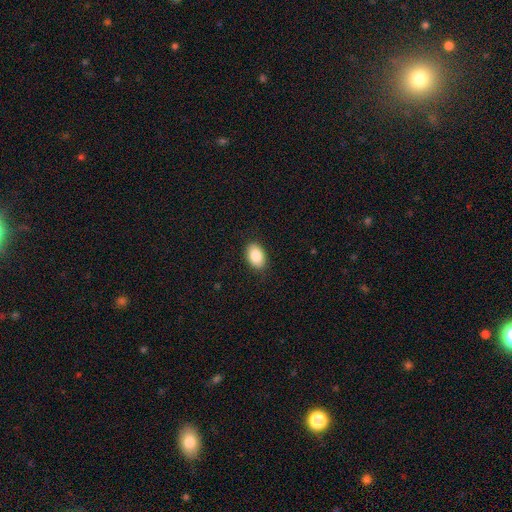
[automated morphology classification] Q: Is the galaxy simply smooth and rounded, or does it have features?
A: smooth — 86%.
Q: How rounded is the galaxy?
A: in between — 90%.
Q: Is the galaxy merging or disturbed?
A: none — 89%.